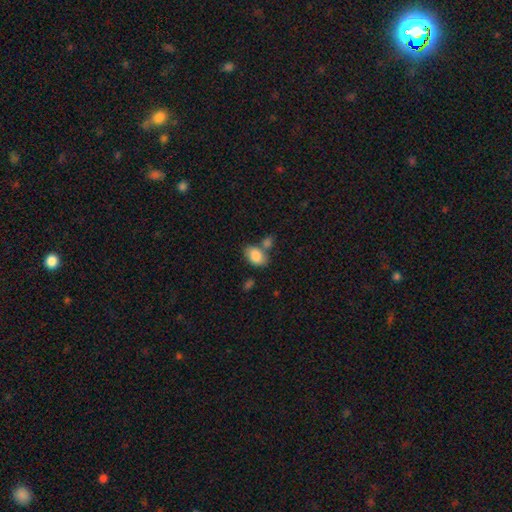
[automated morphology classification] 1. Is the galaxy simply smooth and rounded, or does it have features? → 84% smooth, 9% featured or disk, 7% star or artifact.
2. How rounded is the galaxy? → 86% in between, 13% round, 1% cigar-shaped.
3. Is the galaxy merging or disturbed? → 50% none, 28% merger, 17% minor disturbance, 6% major disturbance.